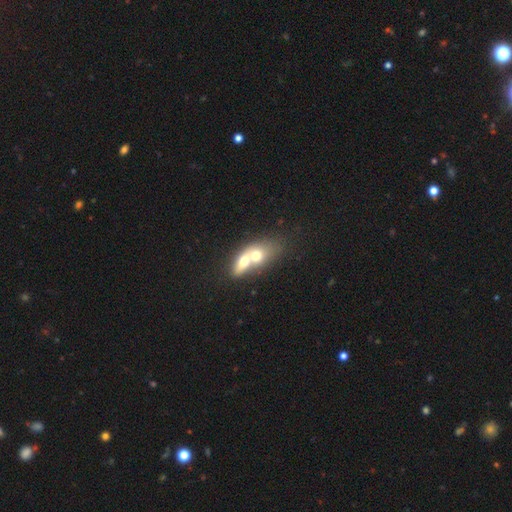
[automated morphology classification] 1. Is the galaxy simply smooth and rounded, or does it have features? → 59% smooth, 32% featured or disk, 8% star or artifact.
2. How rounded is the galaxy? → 66% in between, 23% round, 11% cigar-shaped.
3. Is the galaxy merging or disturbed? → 76% merger, 15% none, 5% minor disturbance, 4% major disturbance.